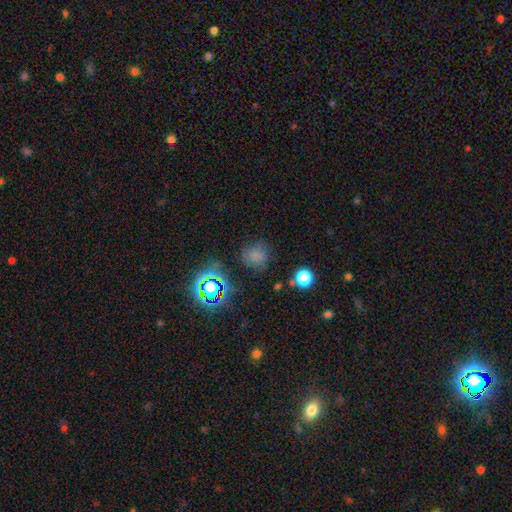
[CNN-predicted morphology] Q: Smooth or featured?
A: smooth (64%); runner-up: star or artifact (28%)
Q: How rounded?
A: round (79%); runner-up: in between (20%)
Q: Merging?
A: none (73%); runner-up: minor disturbance (17%)